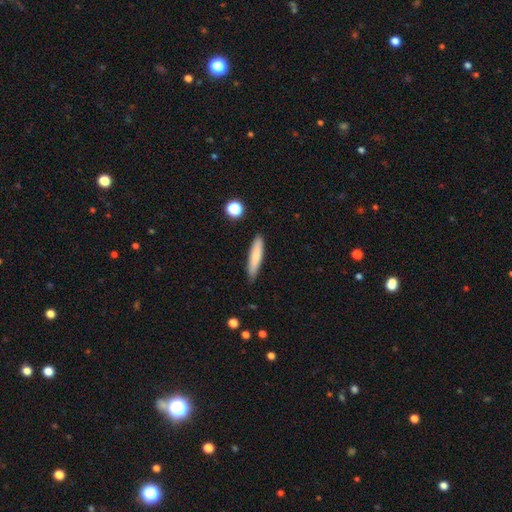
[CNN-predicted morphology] This appears to be a smooth galaxy with no disk features (78%) that is cigar-shaped (85%). Merging: none (86%).